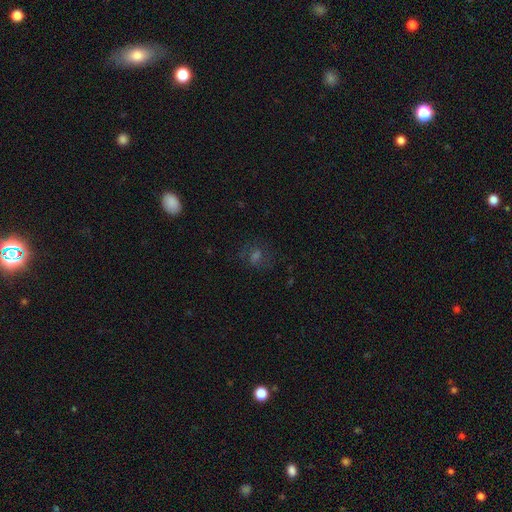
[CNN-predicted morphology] Smooth or featured? Predicted: smooth (p=0.43). Merging? Predicted: none (p=0.73).